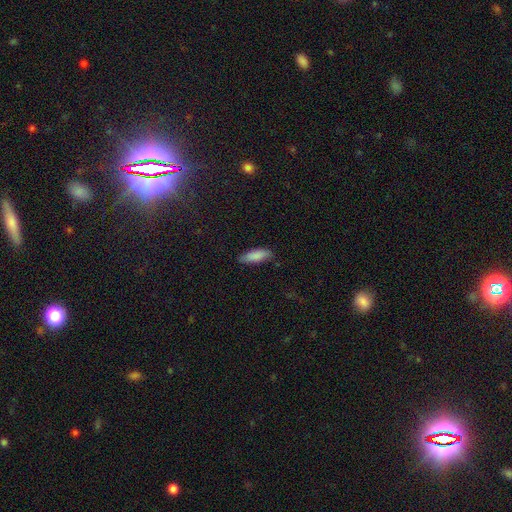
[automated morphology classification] Overall: smooth (85%). How rounded: in between (56%; cigar-shaped 43%). Merging: none (80%).